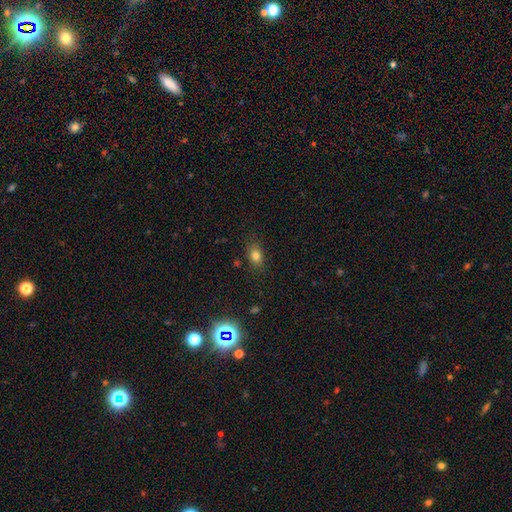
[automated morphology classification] Smooth or featured?
  - smooth: 75% *
  - star or artifact: 16%
  - featured or disk: 9%
How rounded?
  - in between: 71% *
  - round: 26%
  - cigar-shaped: 3%
Merging?
  - none: 81% *
  - minor disturbance: 14%
  - major disturbance: 4%
  - merger: 2%